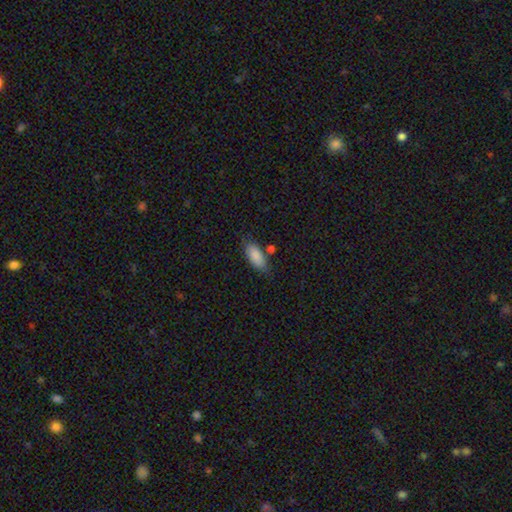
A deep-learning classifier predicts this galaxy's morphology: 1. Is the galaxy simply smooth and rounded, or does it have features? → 87% smooth, 7% star or artifact, 6% featured or disk.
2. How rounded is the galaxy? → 86% in between, 12% cigar-shaped, 2% round.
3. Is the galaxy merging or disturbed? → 71% none, 18% minor disturbance, 8% merger, 4% major disturbance.